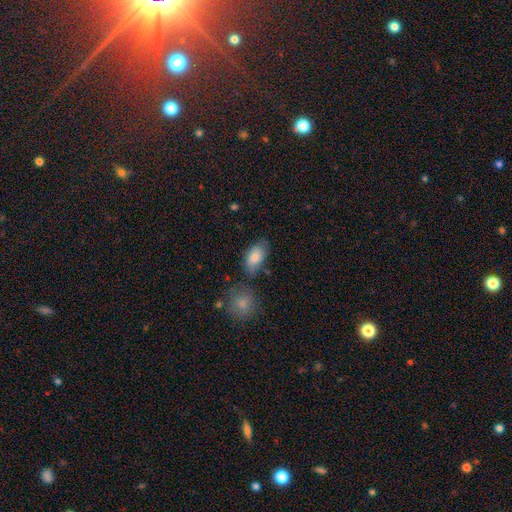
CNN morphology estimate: A smooth galaxy with no disk features (85%) that is in between round and cigar-shaped (93%). Merging: none (60%).